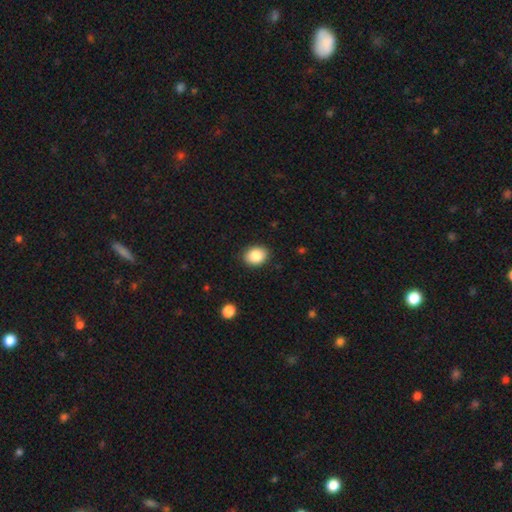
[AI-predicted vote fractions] A smooth galaxy with no disk features (87%) that is in between round and cigar-shaped (60%).

Vote fractions:
- Smooth or featured? smooth: 87% / star or artifact: 8% / featured or disk: 5%
- How rounded? in between: 60% / round: 39% / cigar-shaped: 1%
- Merging? none: 89% / minor disturbance: 8% / major disturbance: 2% / merger: 1%